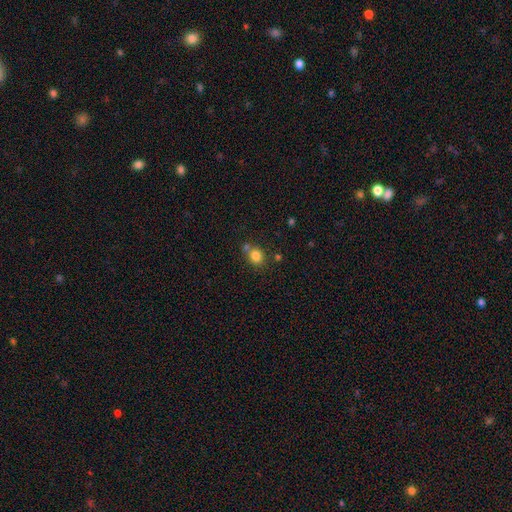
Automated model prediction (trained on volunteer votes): A smooth galaxy with no disk features (81%) that is round (70%). Merging: none (61%).